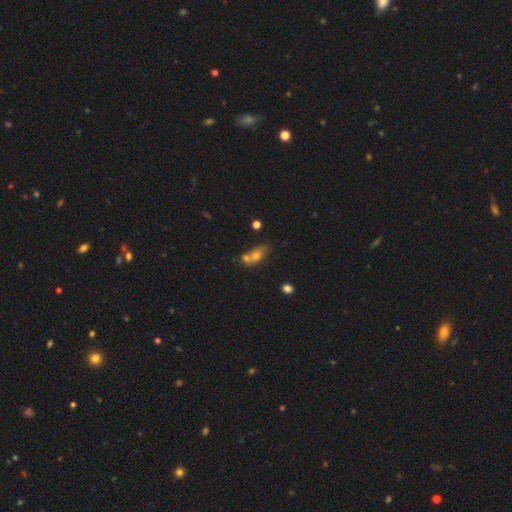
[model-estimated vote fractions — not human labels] A smooth galaxy with no disk features (63%) that is in between round and cigar-shaped (65%).

Vote fractions:
- Smooth or featured? smooth: 63% / featured or disk: 24% / star or artifact: 13%
- How rounded? in between: 65% / round: 27% / cigar-shaped: 8%
- Merging? merger: 48% / none: 32% / minor disturbance: 13% / major disturbance: 7%